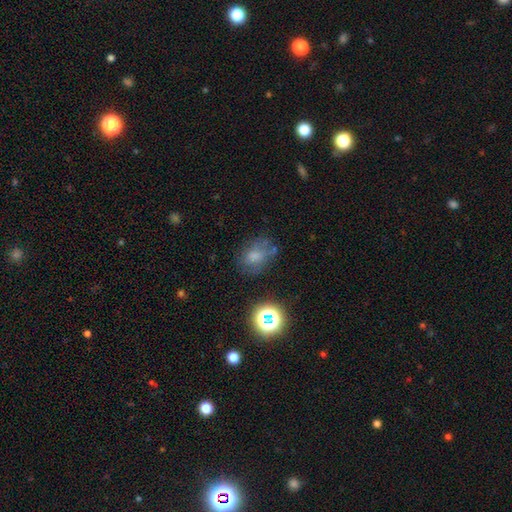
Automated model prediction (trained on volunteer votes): This is possibly a smooth galaxy (60%). How rounded: possibly in between (58%). Merging: possibly none (57%).